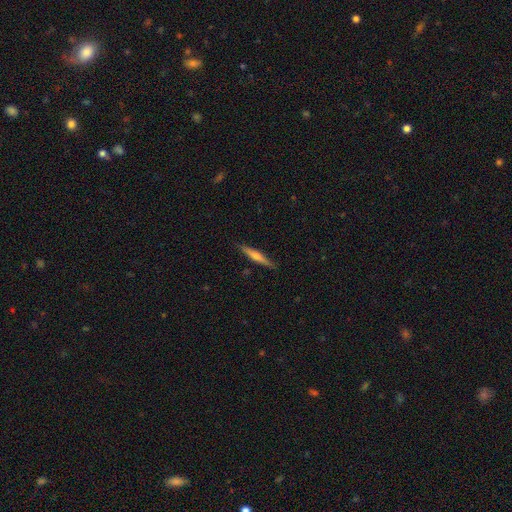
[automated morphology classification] Overall: featured or disk (54%; smooth 39%). Edge-on disk: yes (97%). Edge-on bulge: rounded (69%). Merging: none (90%).